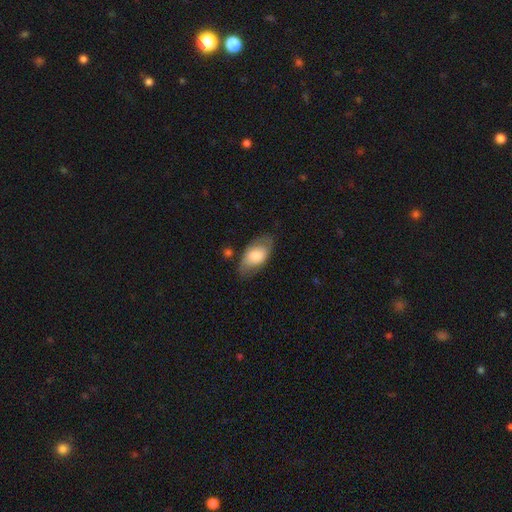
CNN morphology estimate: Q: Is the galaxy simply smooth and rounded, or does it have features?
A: smooth — 65%.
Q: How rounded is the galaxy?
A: in between — 92%.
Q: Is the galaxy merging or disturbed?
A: none — 66%.